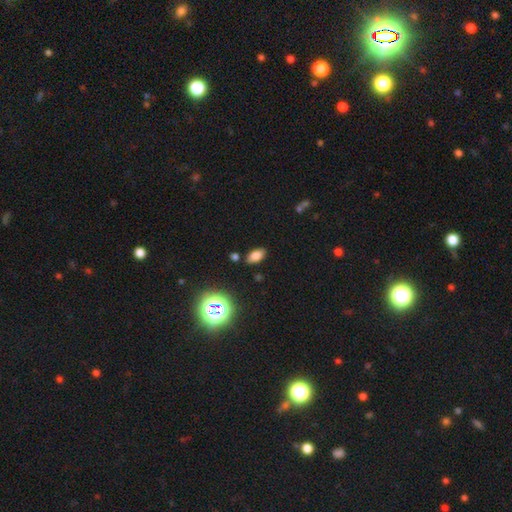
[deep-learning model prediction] smooth 74%, star or artifact 17%, featured or disk 9%. Down the decision tree: how rounded — in between (91%); merging — none (85%).